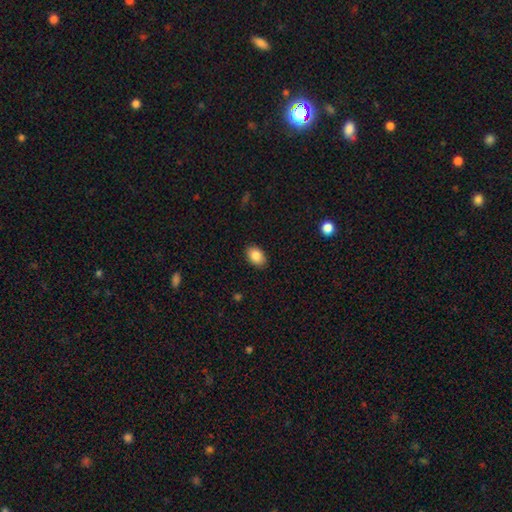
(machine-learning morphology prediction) smooth 86%, star or artifact 8%, featured or disk 6%. Down the decision tree: how rounded — in between (86%); merging — none (89%).